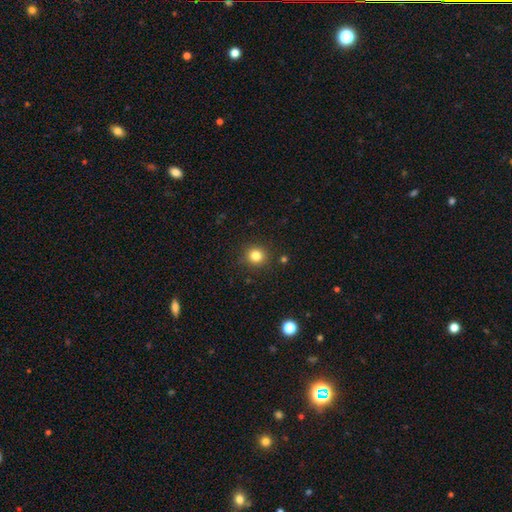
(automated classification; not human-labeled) This is clearly a smooth galaxy (82%). How rounded: clearly round (90%). Merging: clearly none (89%).